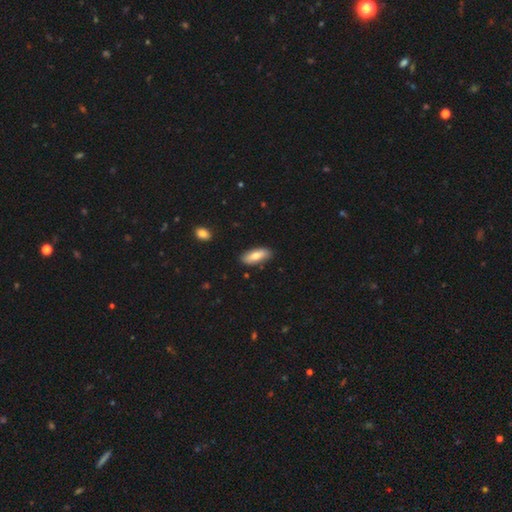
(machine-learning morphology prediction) Overall: smooth (75%). How rounded: in between (79%). Merging: none (86%).